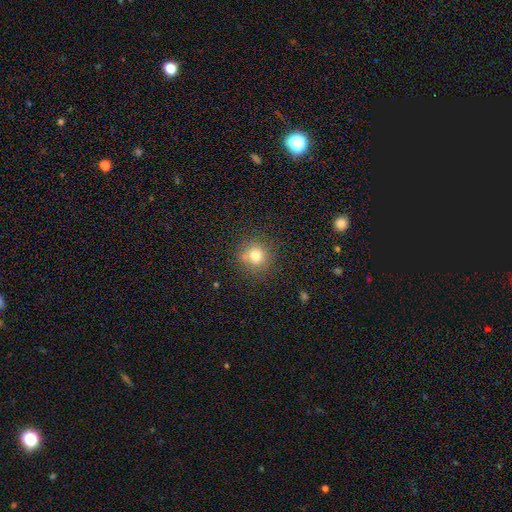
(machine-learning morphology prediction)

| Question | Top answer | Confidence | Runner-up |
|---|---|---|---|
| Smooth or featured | smooth | 76% | star or artifact (14%) |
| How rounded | round | 91% | in between (8%) |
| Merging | none | 78% | minor disturbance (10%) |